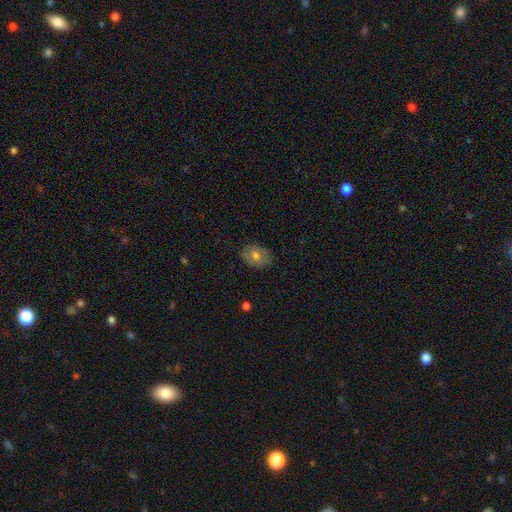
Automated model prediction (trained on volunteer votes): Morphology: type=smooth (66%); roundness=in between (68%); merging=none (81%).